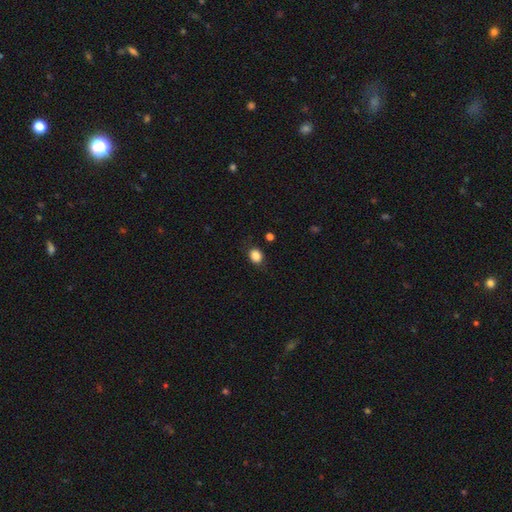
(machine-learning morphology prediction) A smooth galaxy with no disk features (85%) that is round (53%). Merging: none (82%).